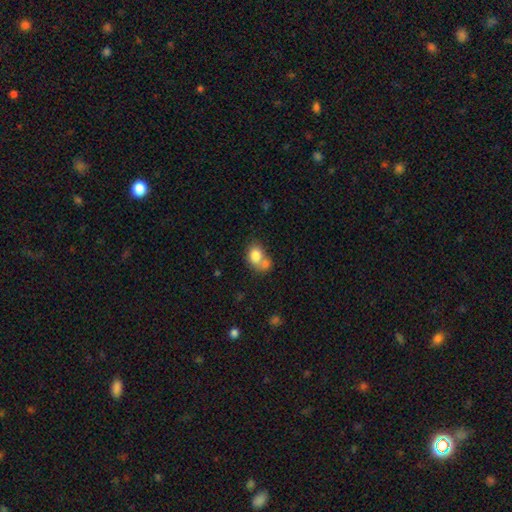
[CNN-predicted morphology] The model was most divided on "how rounded": in between: 57%, round: 42%, cigar-shaped: 1%. More confident: smooth or featured — smooth (79%); merging — merger (52%).